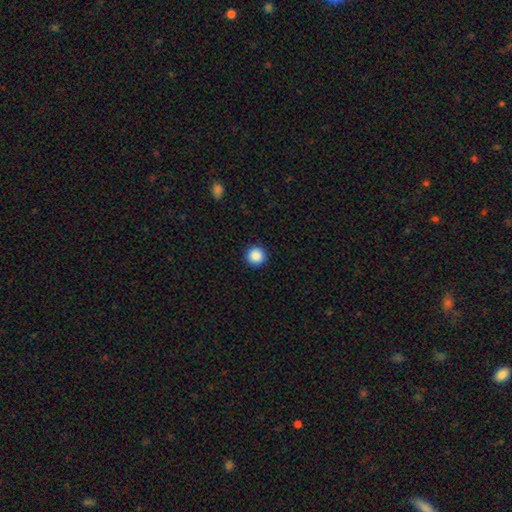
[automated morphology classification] smooth_or_featured: smooth (p=0.89) [alt: star or artifact p=0.09]
how_rounded: round (p=0.96) [alt: in between p=0.03]
merging: none (p=0.93) [alt: minor disturbance p=0.04]